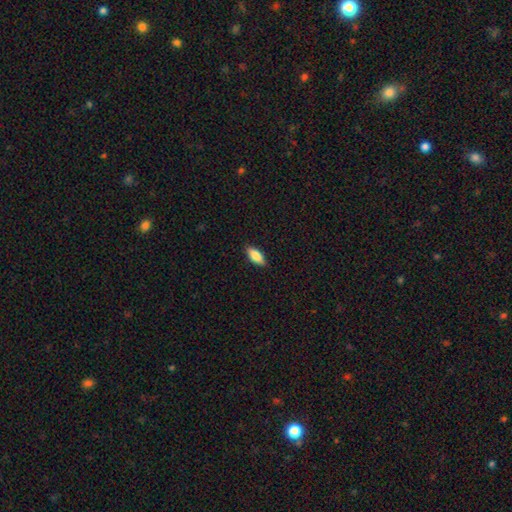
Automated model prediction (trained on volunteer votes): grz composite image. It shows a smooth galaxy with no disk features (82%) that is in between round and cigar-shaped (81%). Merging: none (87%).